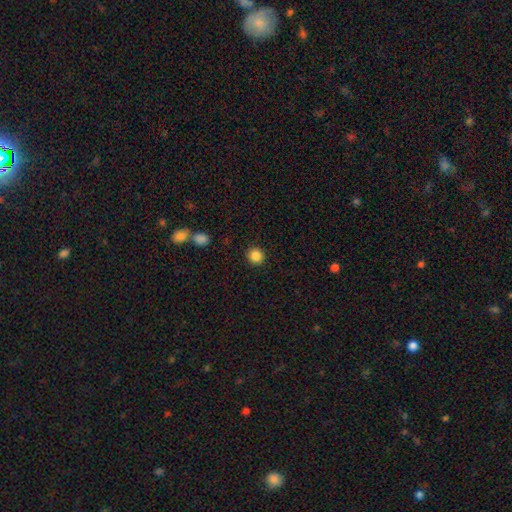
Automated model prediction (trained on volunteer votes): Smooth or featured?
  - smooth: 86% *
  - star or artifact: 10%
  - featured or disk: 4%
How rounded?
  - round: 93% *
  - in between: 6%
  - cigar-shaped: 1%
Merging?
  - none: 91% *
  - minor disturbance: 5%
  - major disturbance: 2%
  - merger: 1%